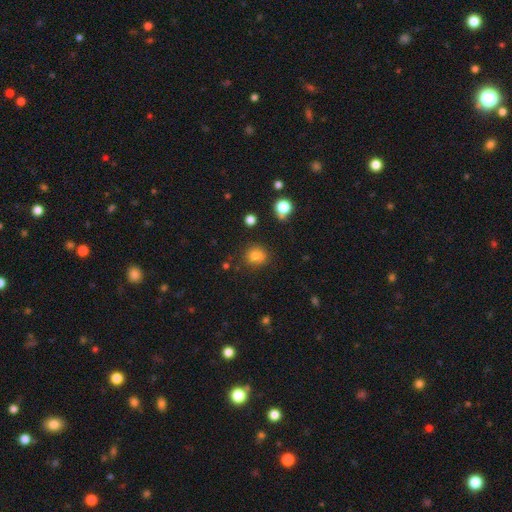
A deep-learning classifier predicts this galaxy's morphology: Q: Smooth or featured?
A: smooth (78%); runner-up: star or artifact (14%)
Q: How rounded?
A: round (67%); runner-up: in between (32%)
Q: Merging?
A: none (70%); runner-up: minor disturbance (17%)